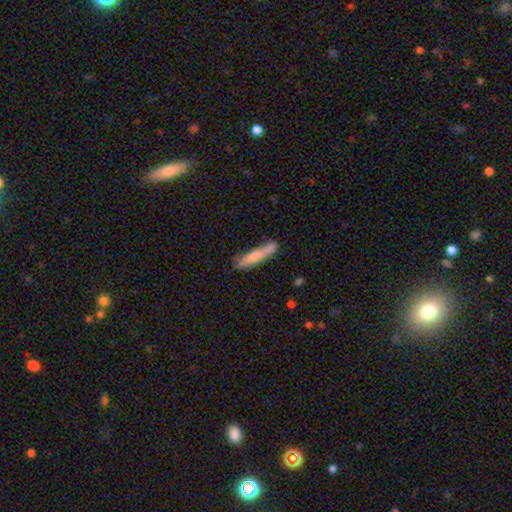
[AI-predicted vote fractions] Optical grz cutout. It shows a smooth galaxy with no disk features (75%) that is cigar-shaped (90%). Merging: none (70%).